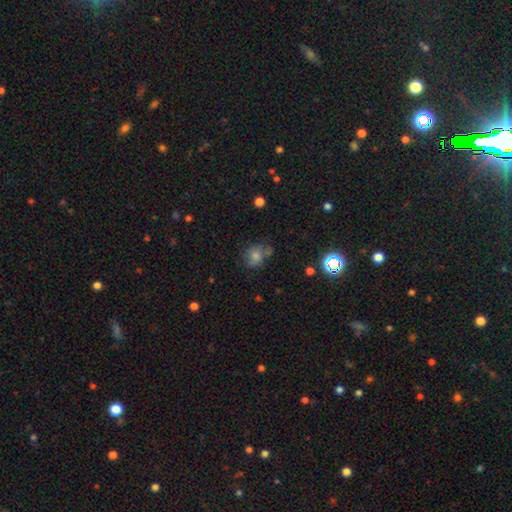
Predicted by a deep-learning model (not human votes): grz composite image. It shows a smooth galaxy with no disk features (59%) that is round (71%). Merging: none (64%).